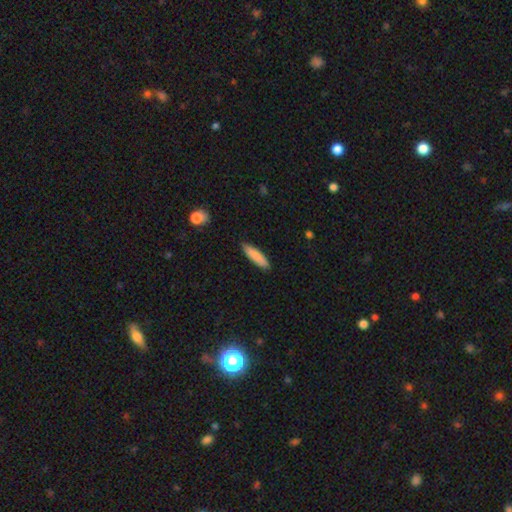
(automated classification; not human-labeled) Smooth or featured: smooth — 85% (featured or disk — 9%)
How rounded: cigar-shaped — 74% (in between — 24%)
Merging: none — 88% (minor disturbance — 9%)